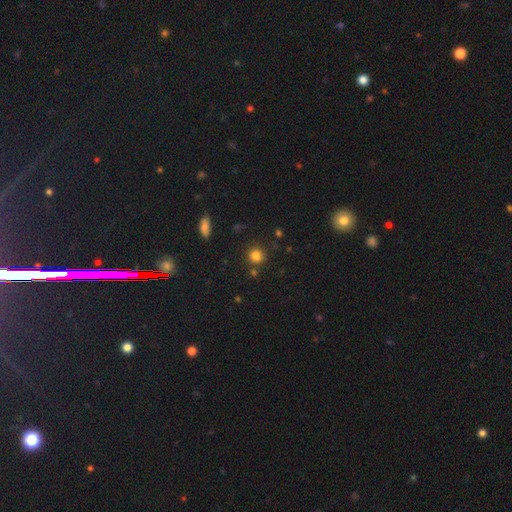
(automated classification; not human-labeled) smooth_or_featured: smooth (p=0.81) [alt: star or artifact p=0.13]
how_rounded: round (p=0.90) [alt: in between p=0.09]
merging: none (p=0.82) [alt: minor disturbance p=0.09]